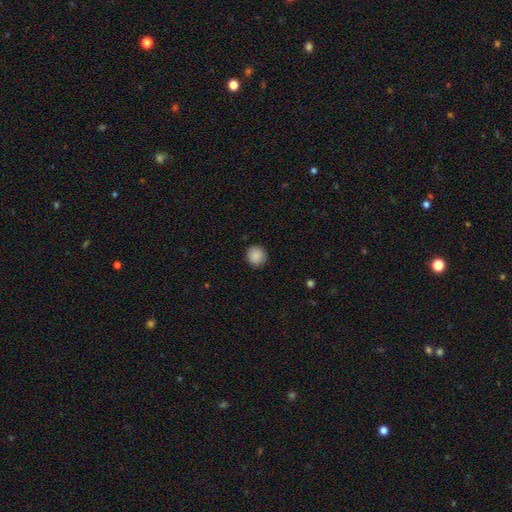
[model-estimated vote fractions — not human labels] smooth 89%, star or artifact 8%, featured or disk 3%. Down the decision tree: how rounded — round (92%); merging — none (91%).